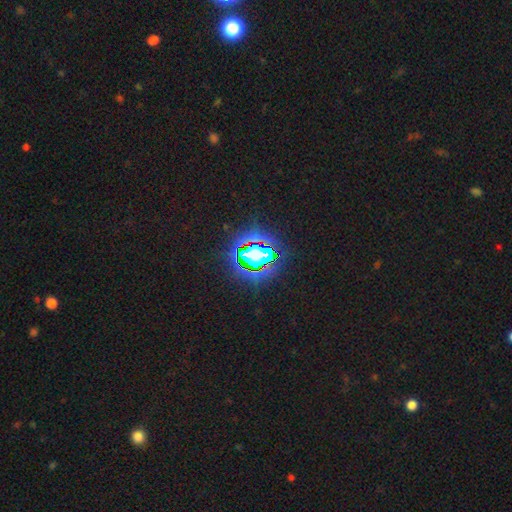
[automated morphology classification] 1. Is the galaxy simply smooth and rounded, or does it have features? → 69% star or artifact, 21% smooth, 11% featured or disk.